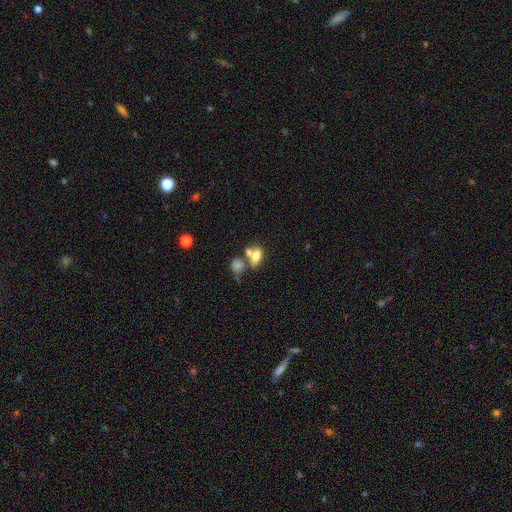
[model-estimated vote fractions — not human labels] A smooth galaxy with no disk features (73%) that is in between round and cigar-shaped (78%). Merging: merger (49%).